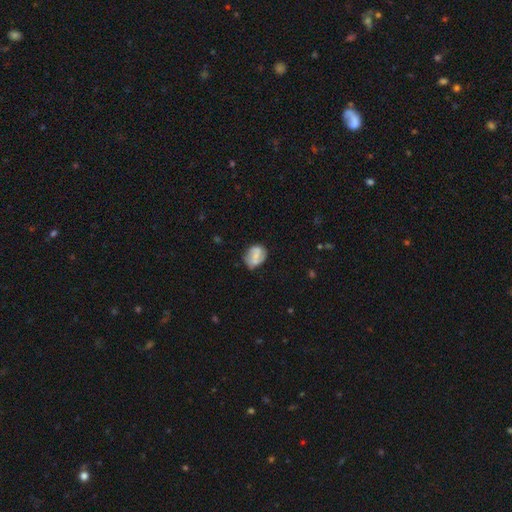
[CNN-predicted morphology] type=smooth (50%); merging=none (62%).